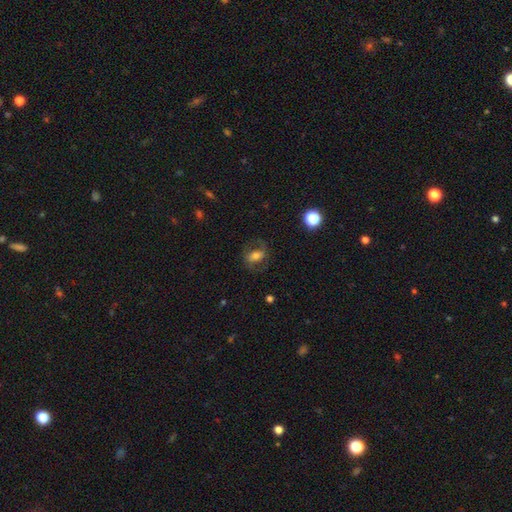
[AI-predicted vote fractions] Smooth or featured? smooth (47%)
Merging? none (66%)